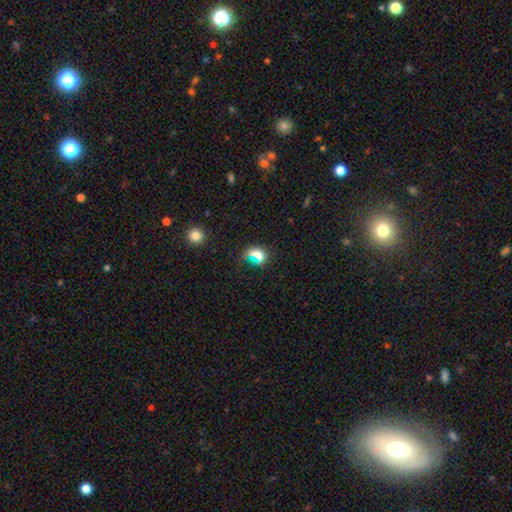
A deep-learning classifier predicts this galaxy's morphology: Smooth or featured?
  - smooth: 70% *
  - star or artifact: 19%
  - featured or disk: 11%
How rounded?
  - in between: 48% * (tied)
  - round: 48% * (tied)
  - cigar-shaped: 3%
Merging?
  - none: 58% *
  - minor disturbance: 21%
  - major disturbance: 13%
  - merger: 8%